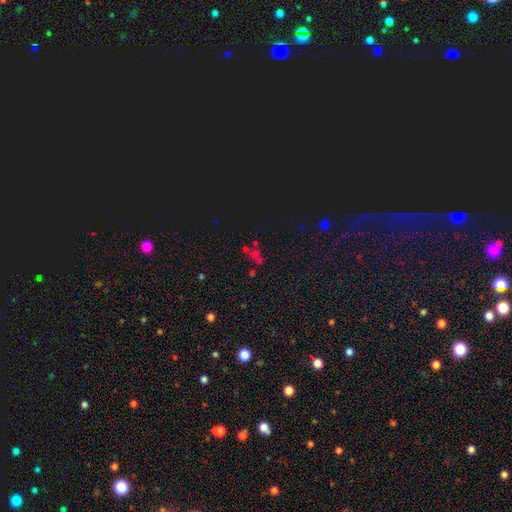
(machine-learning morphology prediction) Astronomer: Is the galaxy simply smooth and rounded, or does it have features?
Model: star or artifact — 52% (runner-up: smooth, 32%).